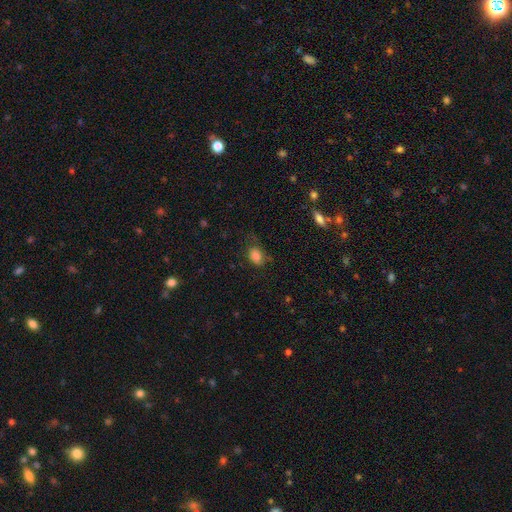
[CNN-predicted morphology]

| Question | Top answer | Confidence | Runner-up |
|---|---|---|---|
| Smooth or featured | smooth | 82% | star or artifact (10%) |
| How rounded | in between | 81% | round (18%) |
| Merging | none | 57% | minor disturbance (27%) |